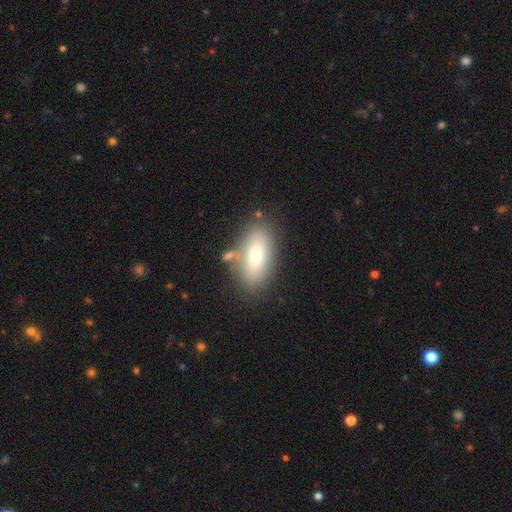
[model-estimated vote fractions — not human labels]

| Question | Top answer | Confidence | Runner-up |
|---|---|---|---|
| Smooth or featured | smooth | 79% | featured or disk (13%) |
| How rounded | in between | 87% | cigar-shaped (10%) |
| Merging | none | 73% | minor disturbance (14%) |